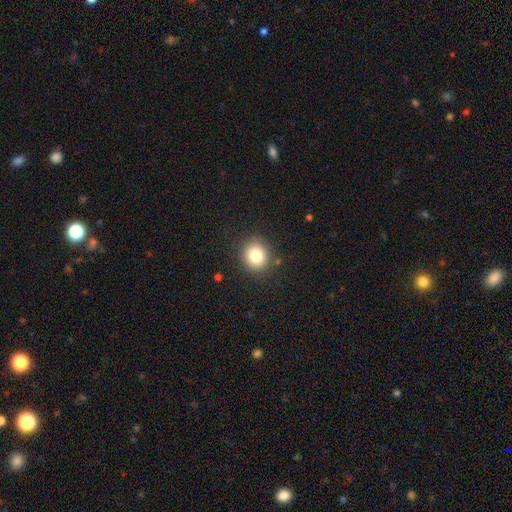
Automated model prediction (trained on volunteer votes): smooth-or-featured: smooth: 80% | star or artifact: 11% | featured or disk: 9%
  how-rounded: round: 79% | in between: 20% | cigar-shaped: 1%
  merging: none: 87% | minor disturbance: 8% | major disturbance: 3% | merger: 2%